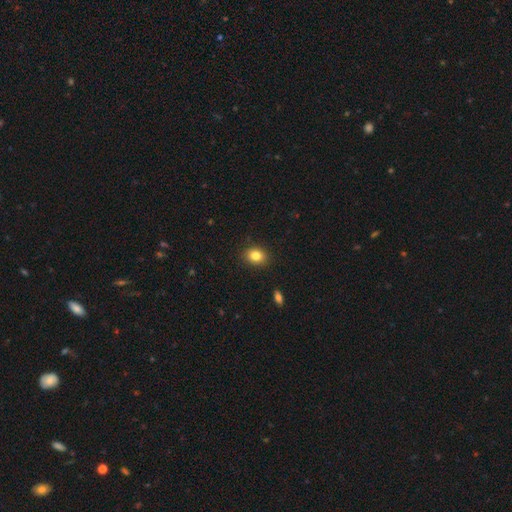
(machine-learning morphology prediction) Smooth or featured? smooth (83%)
How rounded? round (50%)
Merging? none (89%)